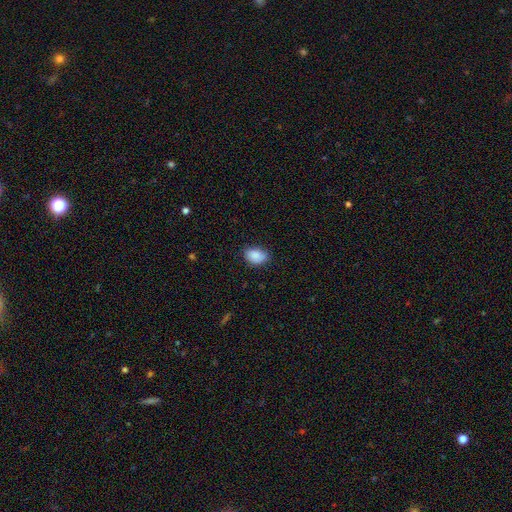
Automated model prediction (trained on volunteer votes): A smooth galaxy with no disk features (87%) that is in between round and cigar-shaped (80%). Merging: none (74%).